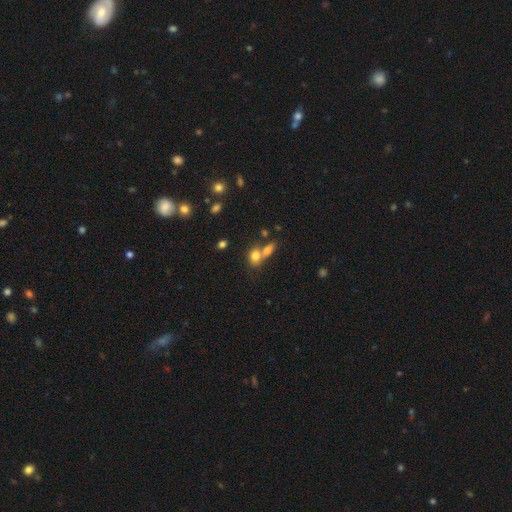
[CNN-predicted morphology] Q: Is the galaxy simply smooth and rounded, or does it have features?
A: smooth — 77%.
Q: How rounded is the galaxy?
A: in between — 63%.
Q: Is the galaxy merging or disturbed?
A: merger — 56%.